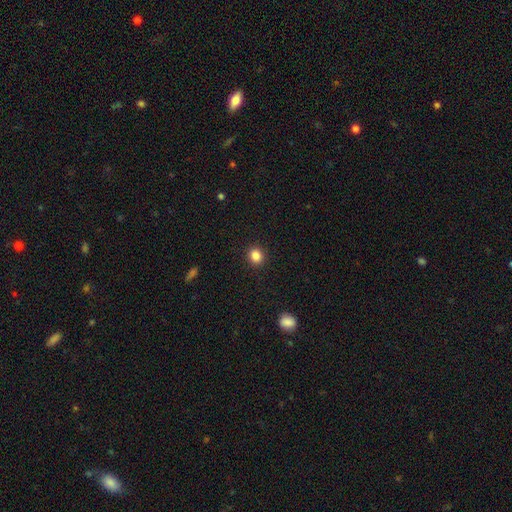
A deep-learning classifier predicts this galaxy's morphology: A smooth galaxy with no disk features (85%) that is round (83%).

Vote fractions:
- Smooth or featured? smooth: 85% / star or artifact: 11% / featured or disk: 4%
- How rounded? round: 83% / in between: 16% / cigar-shaped: 1%
- Merging? none: 92% / minor disturbance: 5% / major disturbance: 2% / merger: 1%